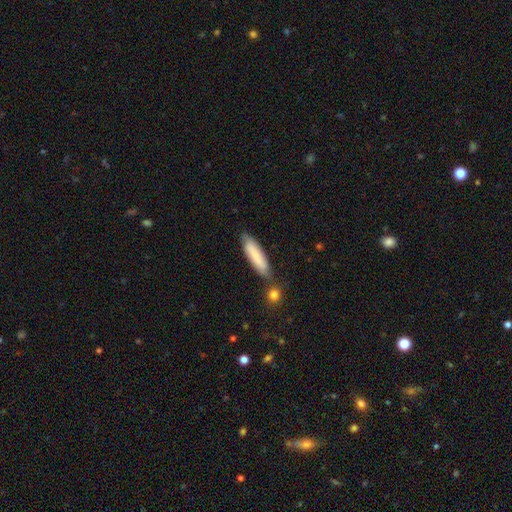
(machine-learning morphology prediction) smooth 74%, featured or disk 20%, star or artifact 6%. Down the decision tree: how rounded — cigar-shaped (69%); merging — none (70%).